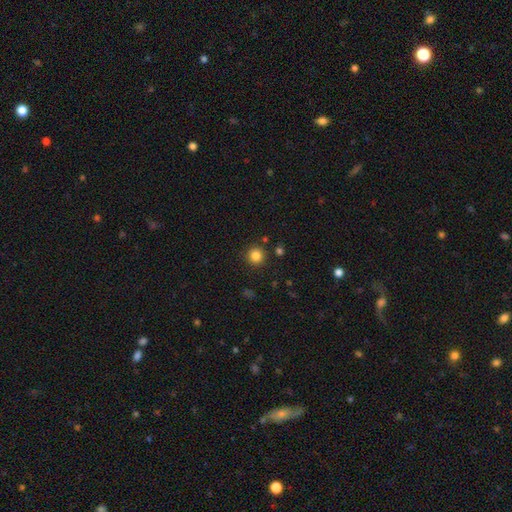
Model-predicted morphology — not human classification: smooth 84%, star or artifact 12%, featured or disk 5%. Down the decision tree: how rounded — round (95%); merging — none (89%).